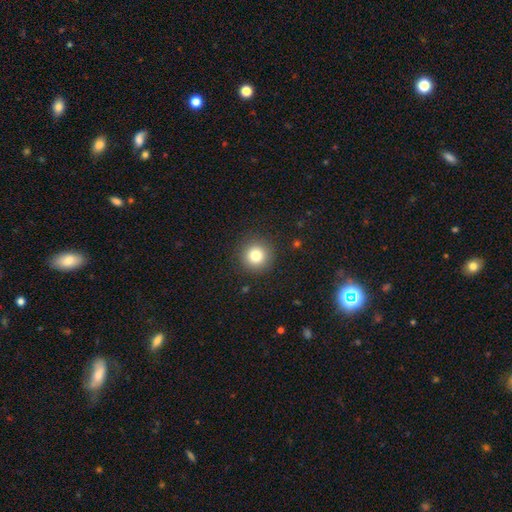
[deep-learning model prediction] The model was most divided on "smooth or featured": smooth: 80%, star or artifact: 12%, featured or disk: 8%. More confident: how rounded — round (95%); merging — none (91%).